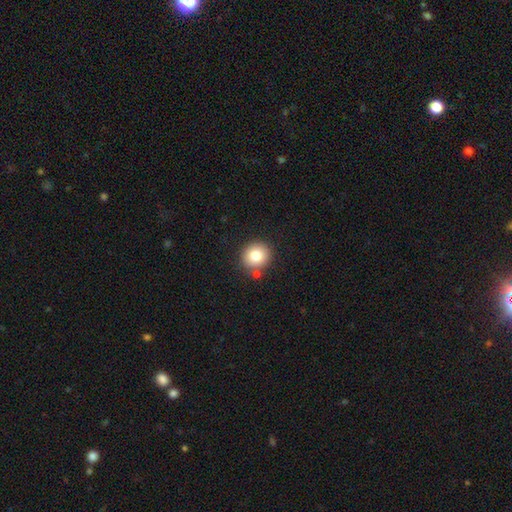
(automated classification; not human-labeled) Morphology: type=smooth (81%); roundness=round (85%); merging=none (81%).